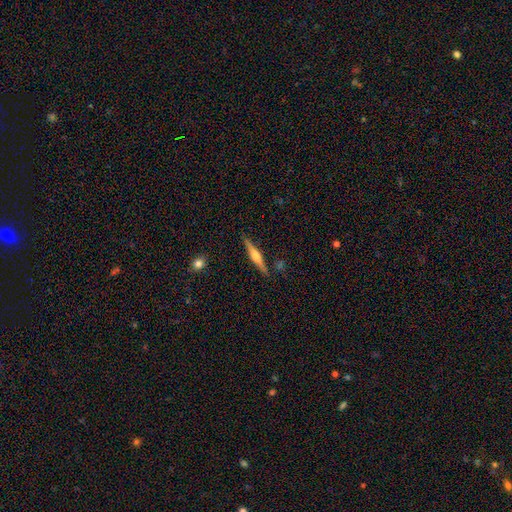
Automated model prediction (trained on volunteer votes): A featured or disk galaxy (71%) viewed edge-on (98%) with a rounded central bulge (89%). Merging: none (88%).